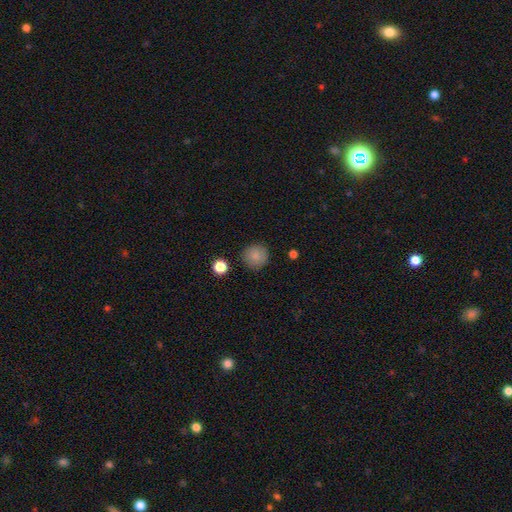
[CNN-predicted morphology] This is clearly a smooth galaxy (85%). How rounded: clearly round (94%). Merging: clearly none (89%).